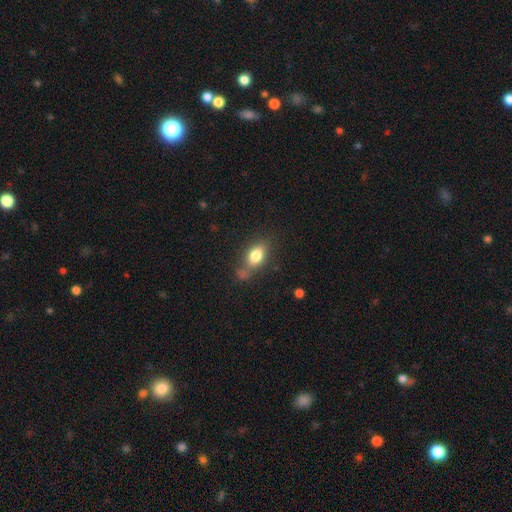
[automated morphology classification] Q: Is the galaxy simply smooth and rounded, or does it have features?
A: smooth — 79%.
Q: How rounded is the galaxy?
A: in between — 80%.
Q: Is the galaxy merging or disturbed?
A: none — 58%.